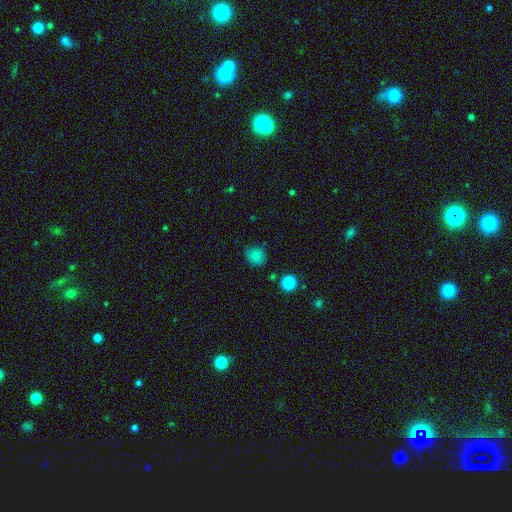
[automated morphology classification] smooth 82%, star or artifact 13%, featured or disk 5%. Down the decision tree: how rounded — round (79%); merging — none (81%).